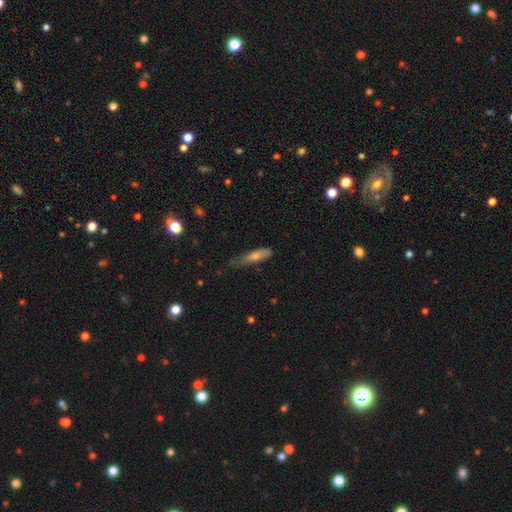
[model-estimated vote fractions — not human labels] Smooth or featured? smooth (60%)
How rounded? cigar-shaped (74%)
Merging? none (52%)